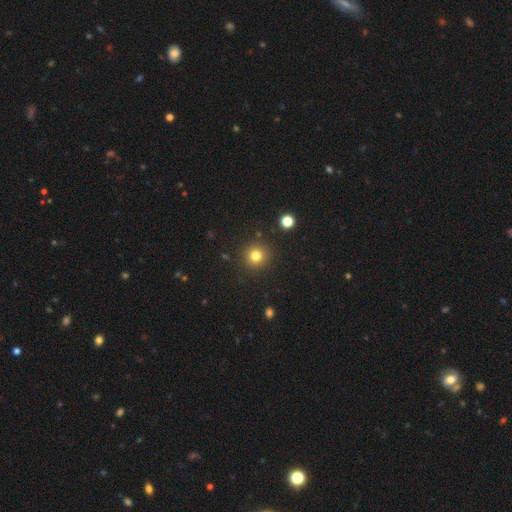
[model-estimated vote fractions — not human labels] Overall: smooth (80%). How rounded: round (94%). Merging: none (90%).